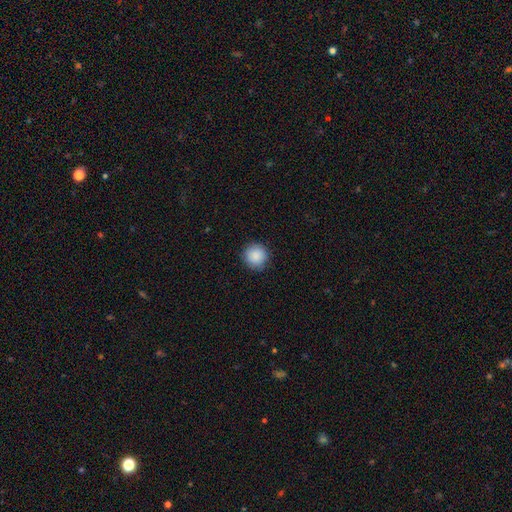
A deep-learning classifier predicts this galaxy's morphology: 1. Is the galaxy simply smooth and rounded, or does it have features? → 89% smooth, 8% star or artifact, 3% featured or disk.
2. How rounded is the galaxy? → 94% round, 5% in between, 1% cigar-shaped.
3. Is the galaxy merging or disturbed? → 90% none, 7% minor disturbance, 2% major disturbance, 1% merger.